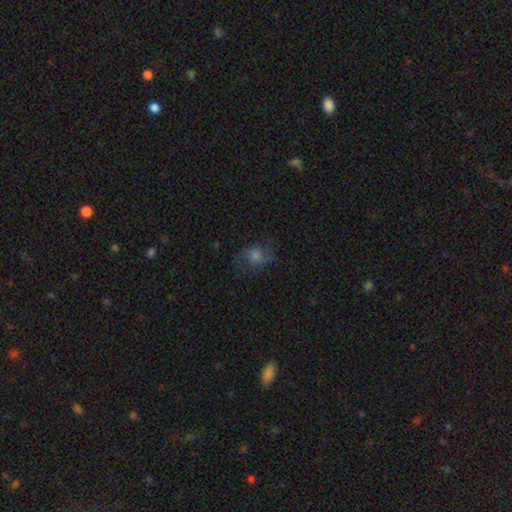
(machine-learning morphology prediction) A smooth galaxy with no disk features (54%) that is round (55%).

Vote fractions:
- Smooth or featured? smooth: 54% / featured or disk: 27% / star or artifact: 19%
- How rounded? round: 55% / in between: 44% / cigar-shaped: 2%
- Merging? none: 62% / minor disturbance: 21% / major disturbance: 15% / merger: 1%